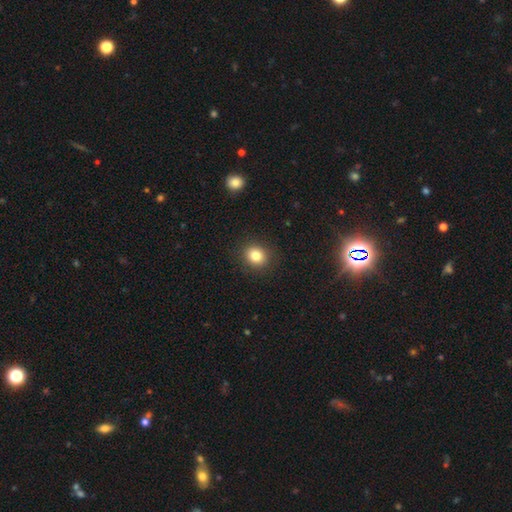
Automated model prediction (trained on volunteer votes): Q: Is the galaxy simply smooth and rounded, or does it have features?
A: smooth — 83%.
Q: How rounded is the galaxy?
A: round — 75%.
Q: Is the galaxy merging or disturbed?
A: none — 90%.